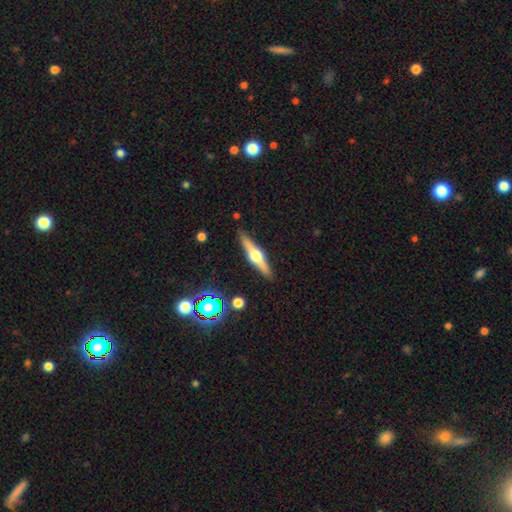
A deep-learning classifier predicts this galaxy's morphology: Overall: featured or disk (74%). Edge-on disk: yes (97%). Edge-on bulge: rounded (95%). Merging: none (90%).